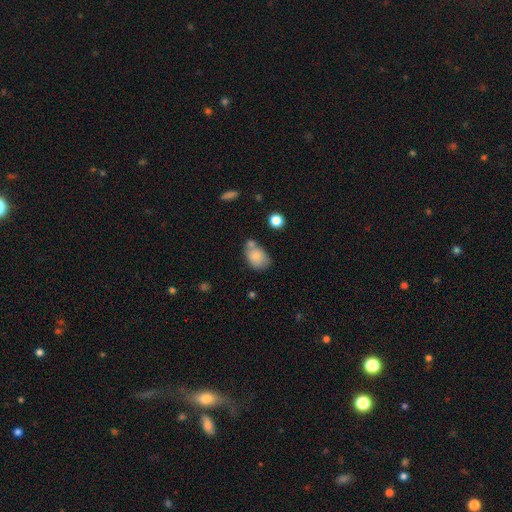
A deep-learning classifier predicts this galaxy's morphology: Overall: smooth (79%). How rounded: in between (81%). Merging: none (42%; merger 27%).